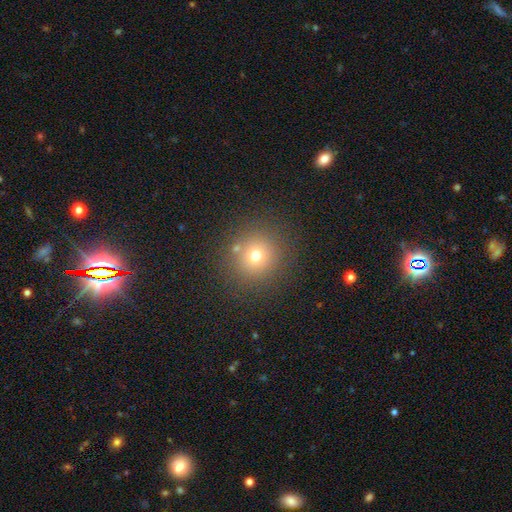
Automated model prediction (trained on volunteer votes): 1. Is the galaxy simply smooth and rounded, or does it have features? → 70% smooth, 19% star or artifact, 11% featured or disk.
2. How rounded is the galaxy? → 91% round, 8% in between, 1% cigar-shaped.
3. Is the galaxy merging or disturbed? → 84% none, 7% minor disturbance, 5% merger, 3% major disturbance.